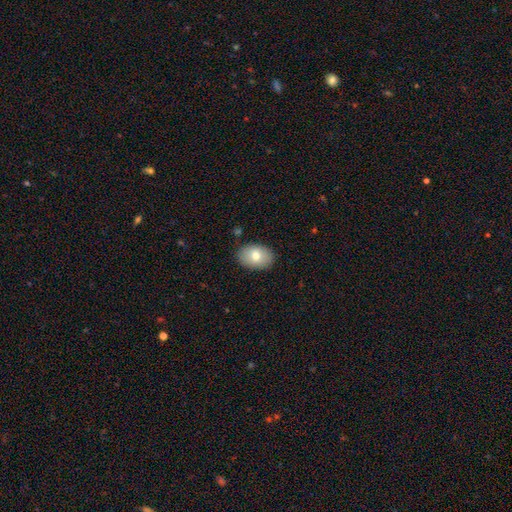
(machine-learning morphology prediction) Smooth or featured: smooth — 78% (featured or disk — 15%)
How rounded: in between — 82% (round — 17%)
Merging: none — 86% (minor disturbance — 10%)